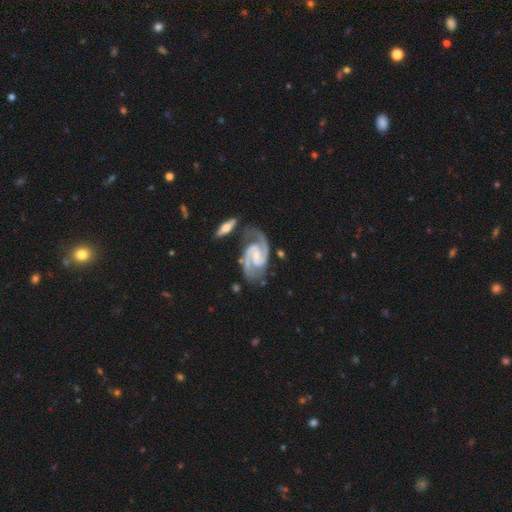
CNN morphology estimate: This appears to be a featured or disk galaxy (93%) with a weak bar (47%), 2 (93%) medium (58%) spiral arms (98%) and a small central bulge (48%). Merging: none (68%).